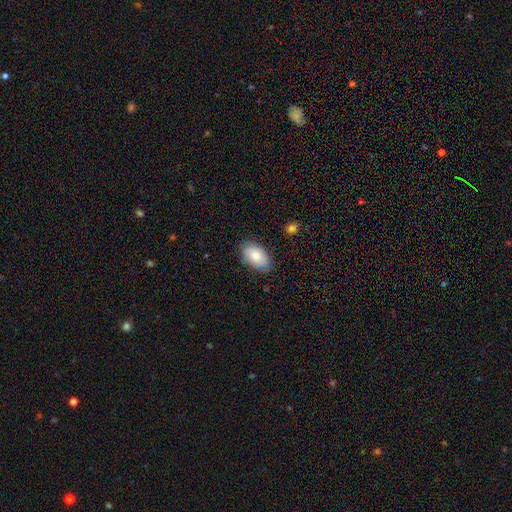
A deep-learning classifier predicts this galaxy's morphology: Overall: smooth (78%). How rounded: in between (93%). Merging: none (80%).